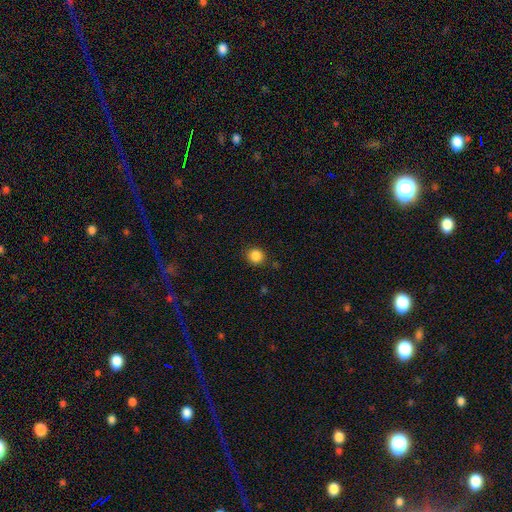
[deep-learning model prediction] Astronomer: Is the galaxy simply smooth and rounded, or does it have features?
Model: smooth — 86%.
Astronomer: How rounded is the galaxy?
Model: round — 90%.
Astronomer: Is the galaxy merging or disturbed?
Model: none — 89%.